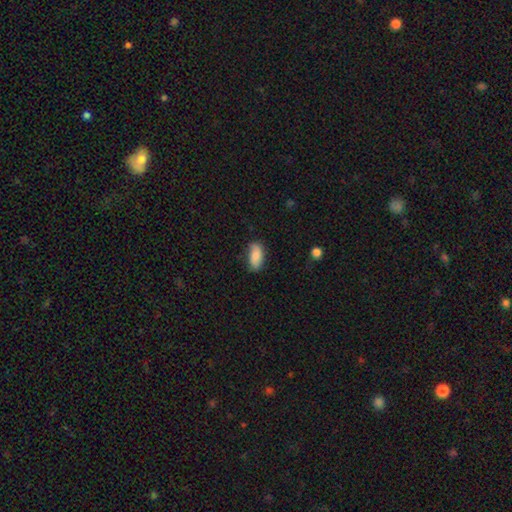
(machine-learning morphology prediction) Smooth or featured? Predicted: smooth (p=0.83). How rounded? Predicted: in between (p=0.89). Merging? Predicted: none (p=0.70).